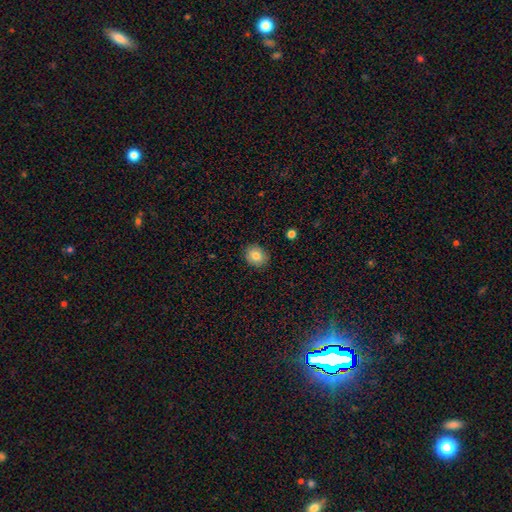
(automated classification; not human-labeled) smooth-or-featured: smooth: 83% | star or artifact: 9% | featured or disk: 8%
  how-rounded: round: 67% | in between: 32% | cigar-shaped: 1%
  merging: none: 88% | minor disturbance: 8% | major disturbance: 2% | merger: 1%